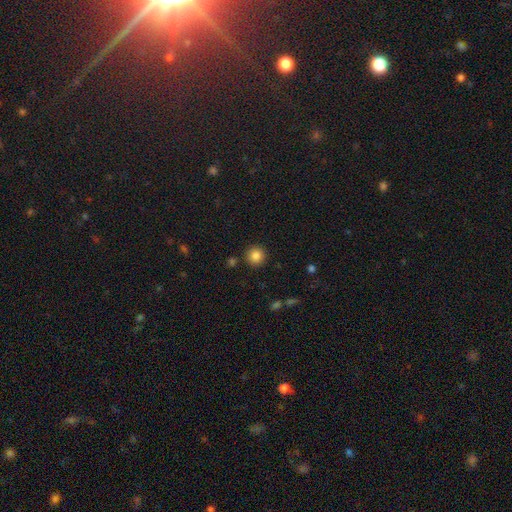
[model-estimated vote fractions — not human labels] Morphology: type=smooth (85%); roundness=round (94%); merging=none (90%).